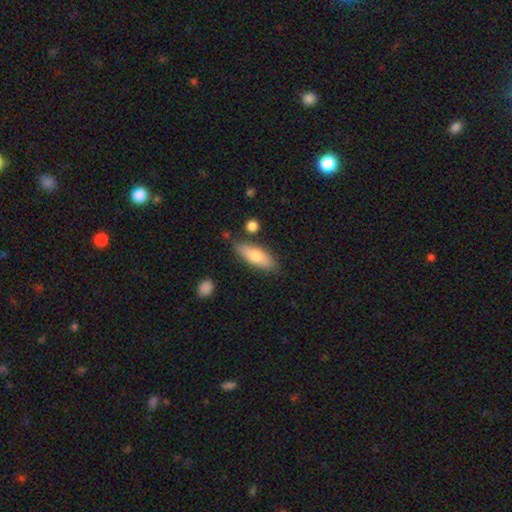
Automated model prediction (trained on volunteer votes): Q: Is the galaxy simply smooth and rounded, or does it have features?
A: smooth — 72%.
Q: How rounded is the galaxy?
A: in between — 63%.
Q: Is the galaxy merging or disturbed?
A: none — 76%.